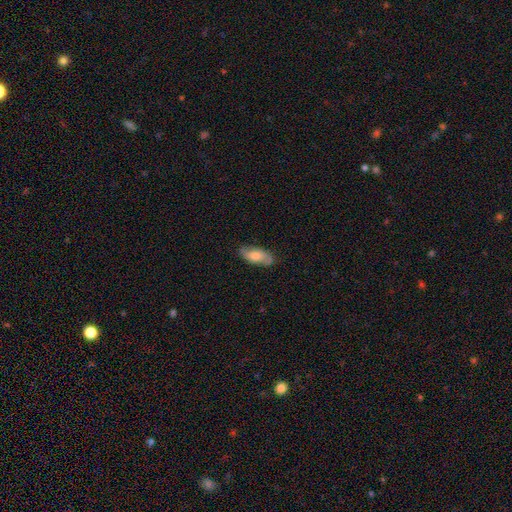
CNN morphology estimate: Smooth or featured? Predicted: smooth (p=0.60). How rounded? Predicted: in between (p=0.84). Merging? Predicted: none (p=0.79).